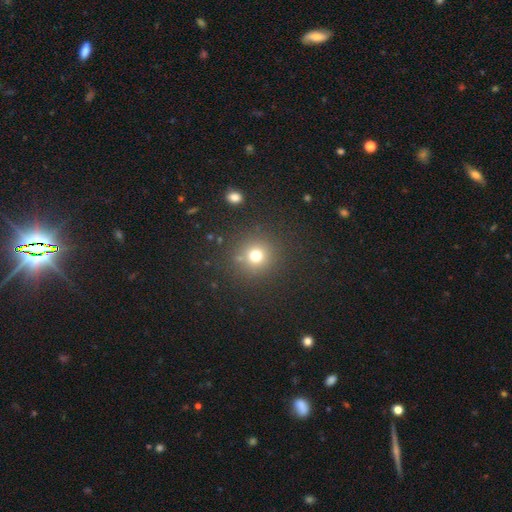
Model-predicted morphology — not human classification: smooth_or_featured: smooth (p=0.73) [alt: star or artifact p=0.19]
how_rounded: round (p=0.93) [alt: in between p=0.07]
merging: none (p=0.87) [alt: minor disturbance p=0.07]